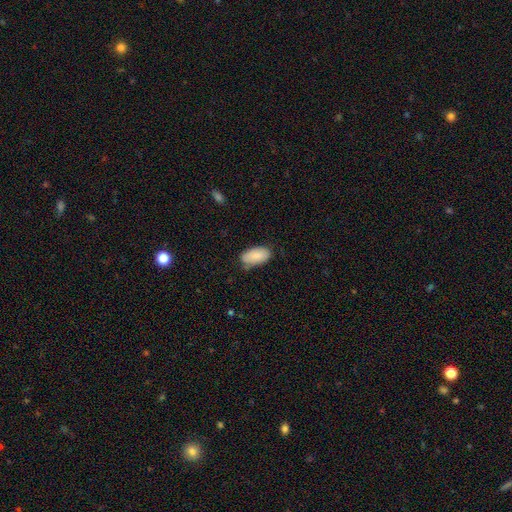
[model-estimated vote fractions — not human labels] Smooth or featured? Predicted: smooth (p=0.86). How rounded? Predicted: in between (p=0.95). Merging? Predicted: none (p=0.71).